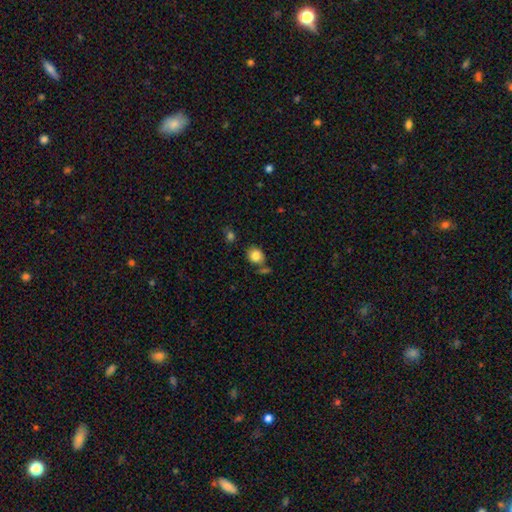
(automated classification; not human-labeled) Smooth or featured? Predicted: smooth (p=0.82). How rounded? Predicted: round (p=0.65). Merging? Predicted: none (p=0.64).